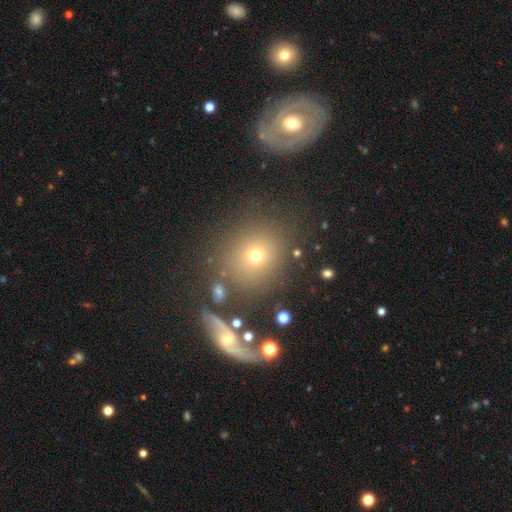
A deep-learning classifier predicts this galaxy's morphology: Q: Smooth or featured?
A: smooth (64%); runner-up: featured or disk (19%)
Q: How rounded?
A: round (78%); runner-up: in between (20%)
Q: Merging?
A: none (71%); runner-up: minor disturbance (12%)